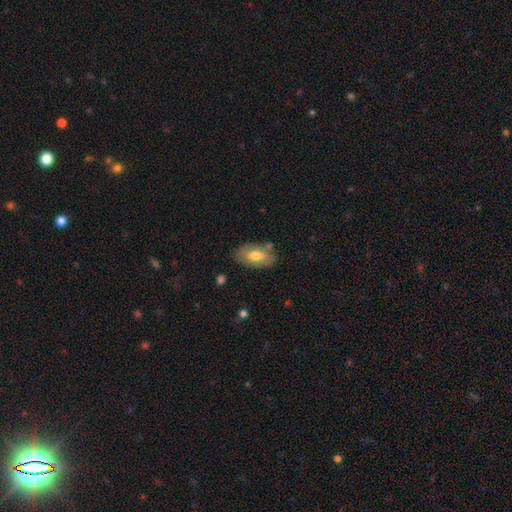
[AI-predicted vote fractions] Smooth or featured? smooth (64%)
How rounded? in between (92%)
Merging? none (74%)